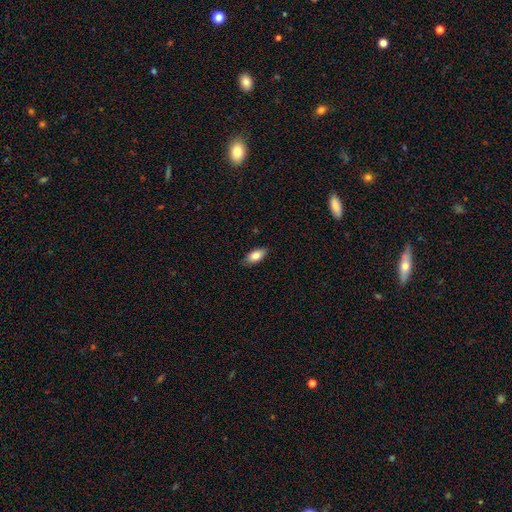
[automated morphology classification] smooth_or_featured: smooth (p=0.82) [alt: featured or disk p=0.11]
how_rounded: in between (p=0.89) [alt: cigar-shaped p=0.08]
merging: none (p=0.86) [alt: minor disturbance p=0.11]